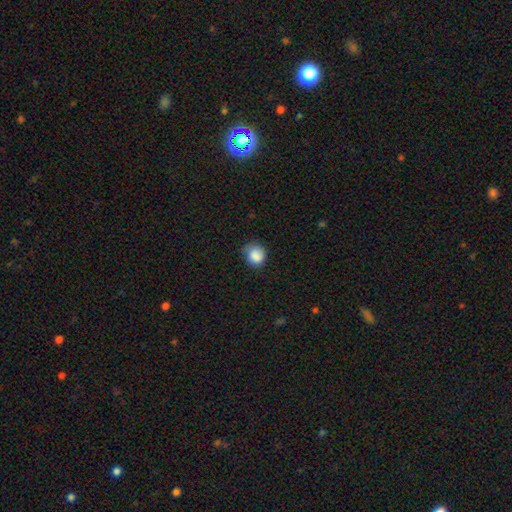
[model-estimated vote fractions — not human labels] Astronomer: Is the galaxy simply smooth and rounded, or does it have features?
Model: smooth — 87%.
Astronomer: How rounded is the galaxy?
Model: round — 81%.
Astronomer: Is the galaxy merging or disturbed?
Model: none — 62%.